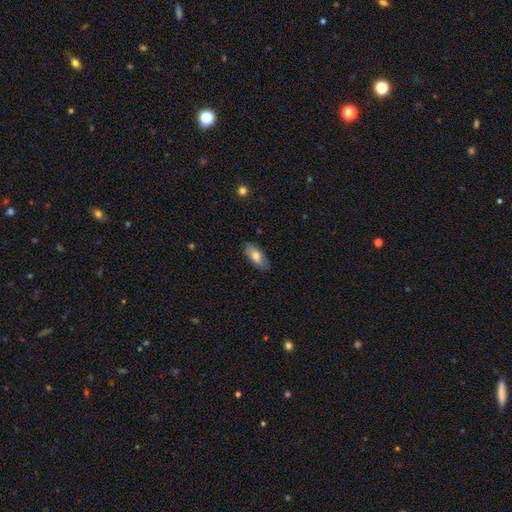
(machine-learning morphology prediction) type=smooth (71%); roundness=in between (89%); merging=none (84%).